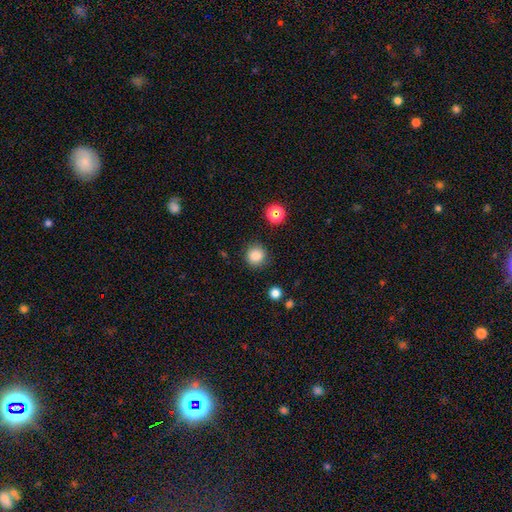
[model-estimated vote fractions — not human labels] Smooth or featured?
  - smooth: 85% *
  - star or artifact: 11%
  - featured or disk: 4%
How rounded?
  - round: 93% *
  - in between: 6%
  - cigar-shaped: 1%
Merging?
  - none: 88% *
  - minor disturbance: 8%
  - major disturbance: 3%
  - merger: 2%